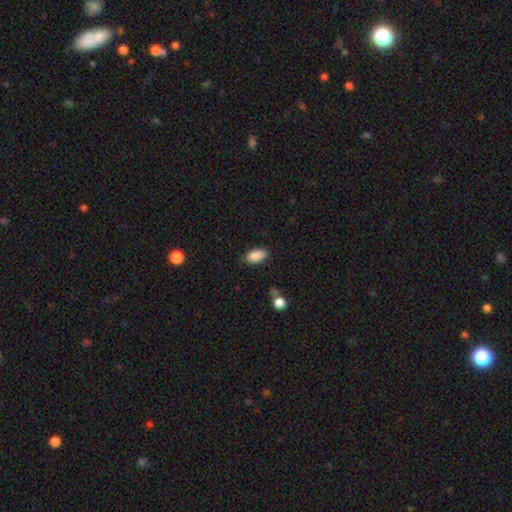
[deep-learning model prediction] Overall: smooth (88%). How rounded: in between (91%). Merging: none (78%).